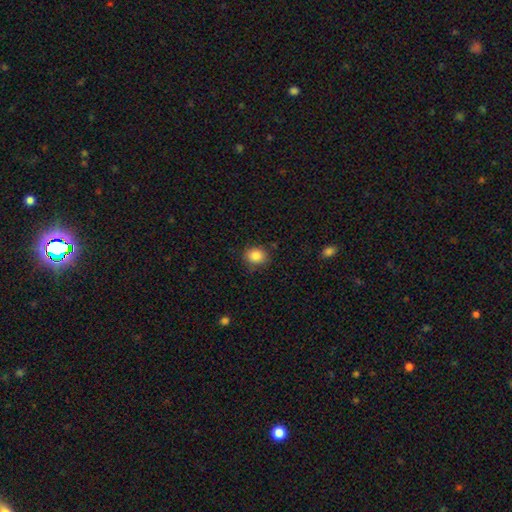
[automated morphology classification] smooth 86%, star or artifact 10%, featured or disk 4%. Down the decision tree: how rounded — round (72%); merging — none (82%).